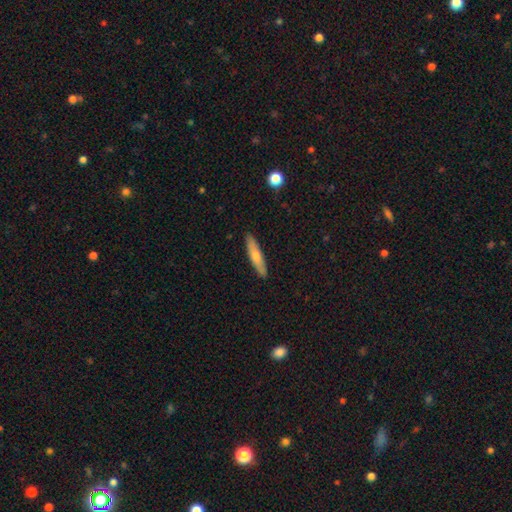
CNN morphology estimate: type=smooth (60%); roundness=cigar-shaped (86%); merging=none (90%).